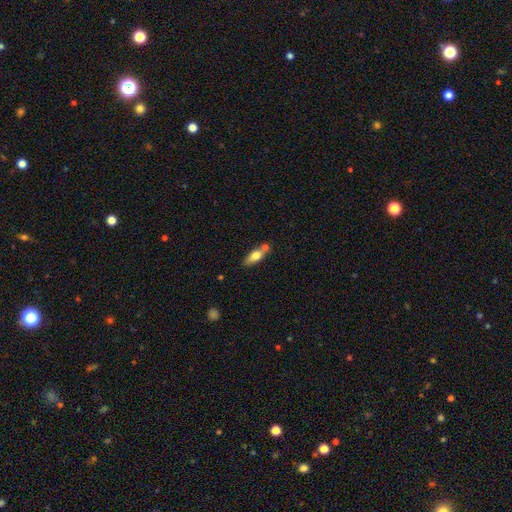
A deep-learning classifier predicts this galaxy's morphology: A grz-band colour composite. It shows a smooth galaxy with no disk features (69%) that is in between round and cigar-shaped (69%). Merging: none (57%).